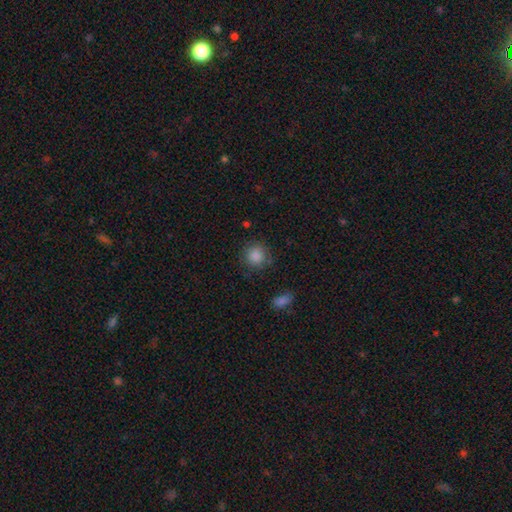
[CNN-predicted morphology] The model was most divided on "merging": none: 82%, minor disturbance: 12%, major disturbance: 4%, merger: 2%. More confident: how rounded — round (91%); smooth or featured — smooth (87%).